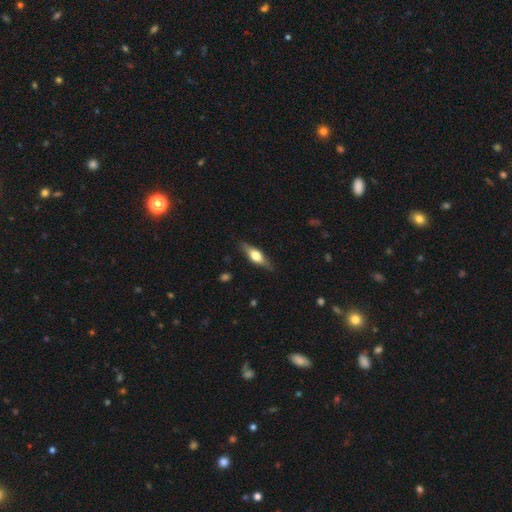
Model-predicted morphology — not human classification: This appears to be a featured or disk galaxy (48%). Merging: none (83%).